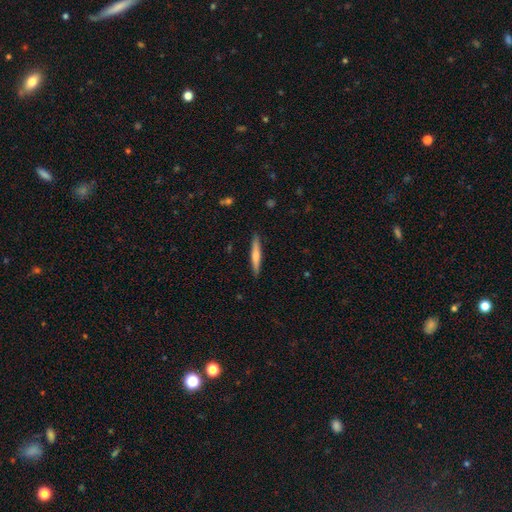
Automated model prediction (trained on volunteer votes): Smooth or featured? smooth (59%)
How rounded? cigar-shaped (94%)
Merging? none (90%)